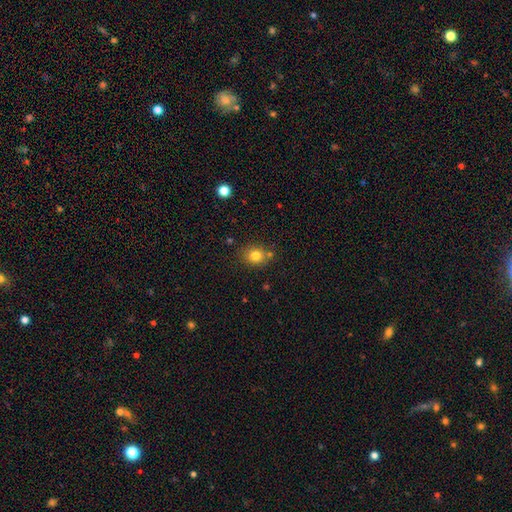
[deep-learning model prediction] Smooth or featured?
  - smooth: 81% *
  - star or artifact: 12%
  - featured or disk: 7%
How rounded?
  - round: 69% *
  - in between: 30%
  - cigar-shaped: 1%
Merging?
  - none: 75% *
  - minor disturbance: 13%
  - merger: 9%
  - major disturbance: 3%